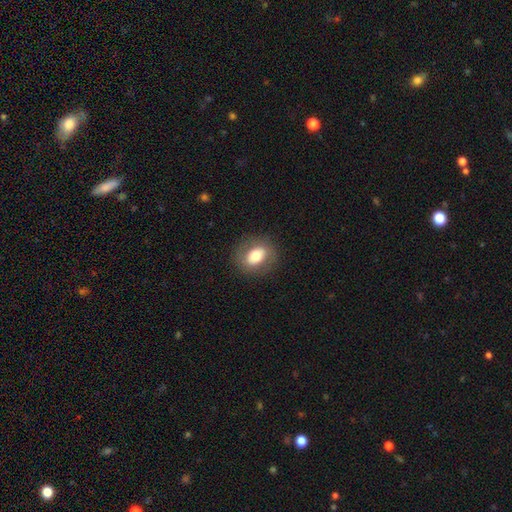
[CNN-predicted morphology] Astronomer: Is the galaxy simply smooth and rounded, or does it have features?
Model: smooth — 67%.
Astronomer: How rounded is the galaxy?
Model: in between — 62%.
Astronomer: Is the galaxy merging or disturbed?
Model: none — 83%.